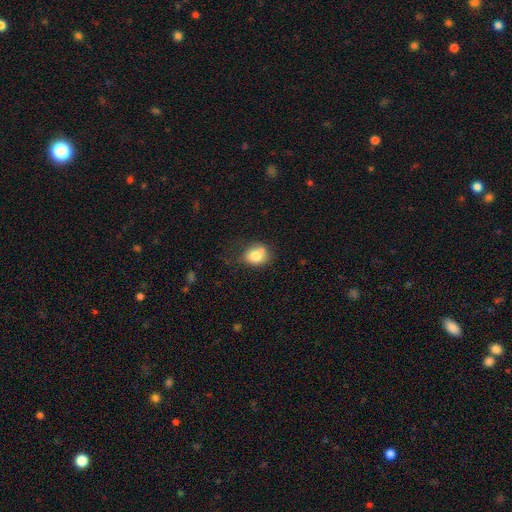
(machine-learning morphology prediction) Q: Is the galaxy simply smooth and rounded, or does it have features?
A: smooth — 78%.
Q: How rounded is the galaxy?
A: round — 55%.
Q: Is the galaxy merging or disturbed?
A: none — 55%.